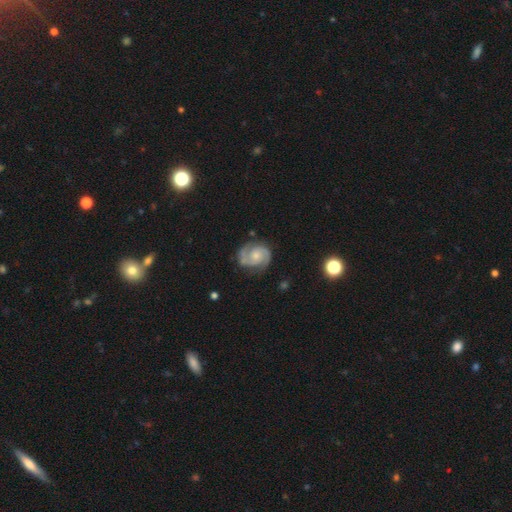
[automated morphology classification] A featured or disk galaxy (88%) with no bar (67%), 2 (91%) medium (47%) spiral arms (98%) and a small central bulge (48%). Merging: none (78%).